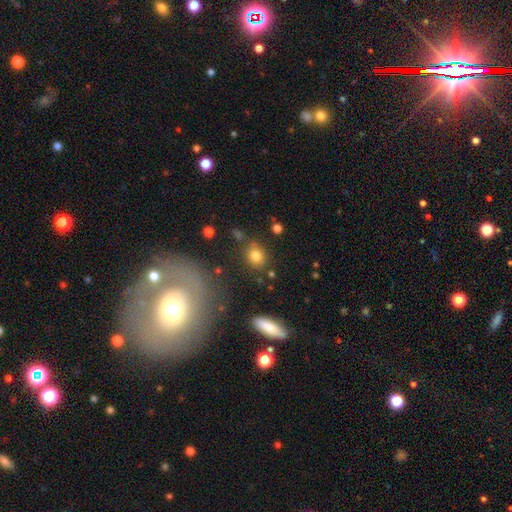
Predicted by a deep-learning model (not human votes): Q: Smooth or featured?
A: smooth (80%); runner-up: star or artifact (13%)
Q: How rounded?
A: round (68%); runner-up: in between (30%)
Q: Merging?
A: none (78%); runner-up: minor disturbance (12%)